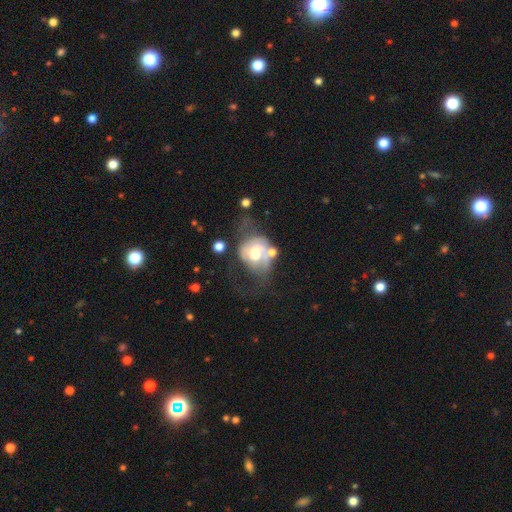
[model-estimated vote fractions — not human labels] Morphology: type=featured or disk (56%); edge-on=no (97%); bar=no (71%); spiral arms=no (57%); bulge=moderate (56%); merging=major disturbance (40%).